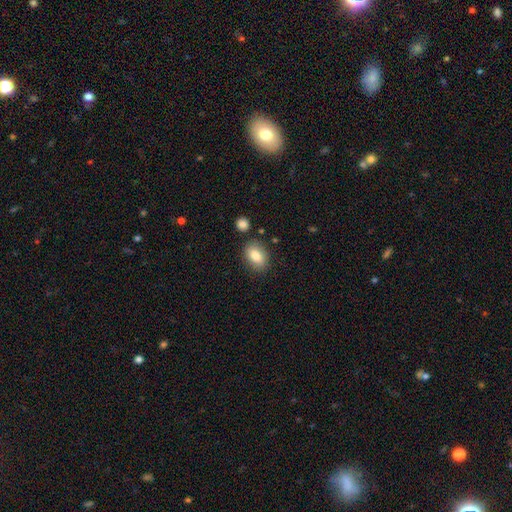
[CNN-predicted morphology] A smooth galaxy with no disk features (83%) that is in between round and cigar-shaped (84%). Merging: none (81%).